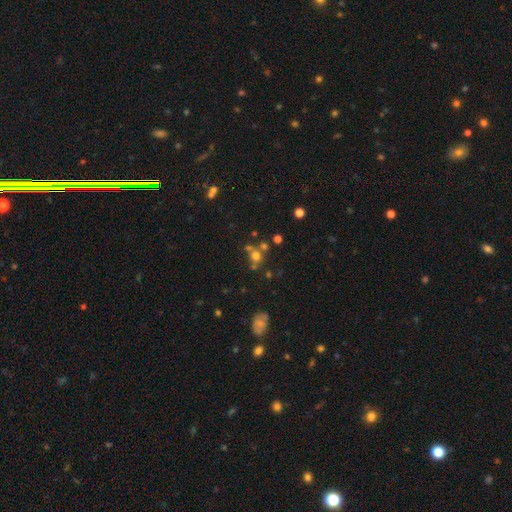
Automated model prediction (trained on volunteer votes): A smooth galaxy with no disk features (62%) that is round (82%). Merging: none (53%).